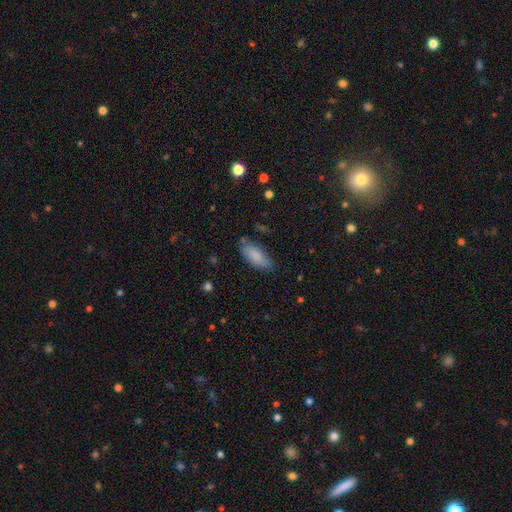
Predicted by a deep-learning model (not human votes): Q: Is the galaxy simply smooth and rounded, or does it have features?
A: smooth — 85%.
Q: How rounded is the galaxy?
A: in between — 81%.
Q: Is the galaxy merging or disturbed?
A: none — 75%.